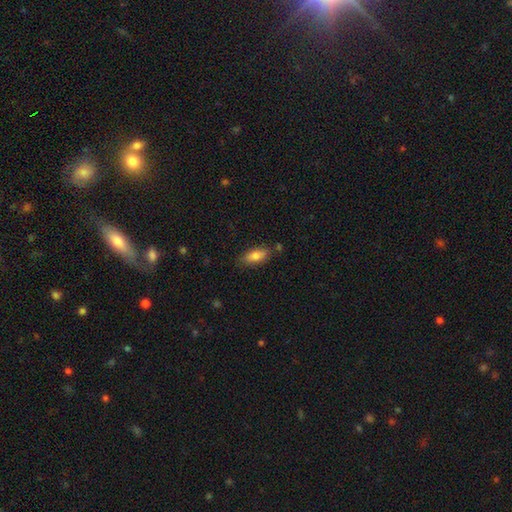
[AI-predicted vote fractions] This is likely a smooth galaxy (79%). How rounded: clearly in between (80%). Merging: likely none (77%).